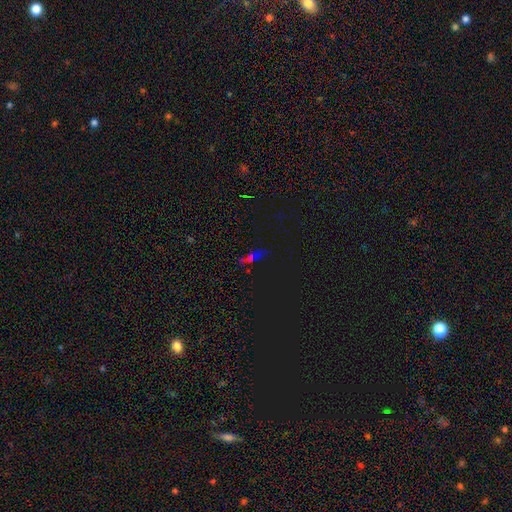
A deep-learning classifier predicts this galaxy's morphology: A star or artifact, not a galaxy (53%).